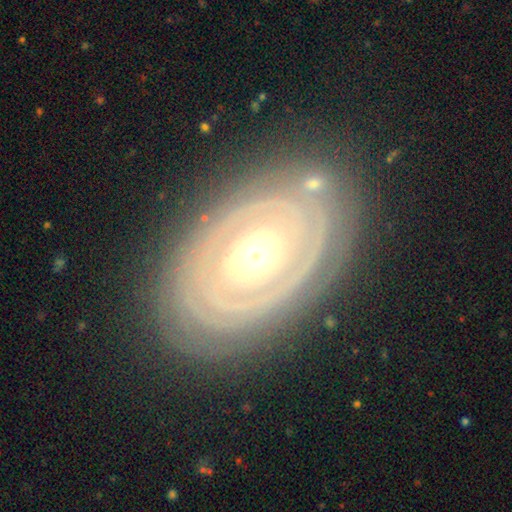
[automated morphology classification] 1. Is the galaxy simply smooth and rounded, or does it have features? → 84% featured or disk, 11% smooth, 5% star or artifact.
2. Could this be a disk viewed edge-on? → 94% no, 6% yes.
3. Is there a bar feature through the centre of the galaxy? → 84% no, 10% weak, 6% strong.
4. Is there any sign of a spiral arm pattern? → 76% yes, 24% no.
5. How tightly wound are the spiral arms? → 87% tight, 9% medium, 4% loose.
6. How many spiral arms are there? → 37% can't tell, 30% 2, 13% 3, 7% 4, 7% 1, 6% more than 4.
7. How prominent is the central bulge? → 50% moderate, 44% small, 4% large, 1% dominant, 1% none.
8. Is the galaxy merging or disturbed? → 82% none, 11% minor disturbance, 5% major disturbance, 2% merger.